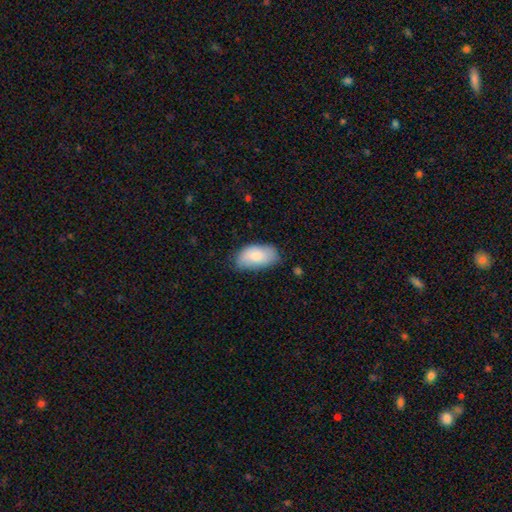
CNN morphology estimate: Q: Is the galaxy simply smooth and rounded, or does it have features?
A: smooth — 81%.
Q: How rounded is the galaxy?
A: in between — 95%.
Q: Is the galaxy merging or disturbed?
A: none — 66%.